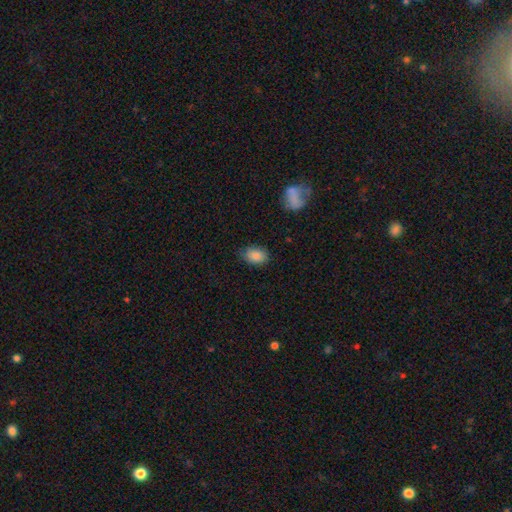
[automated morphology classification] A smooth galaxy with no disk features (87%) that is in between round and cigar-shaped (82%). Merging: none (77%).